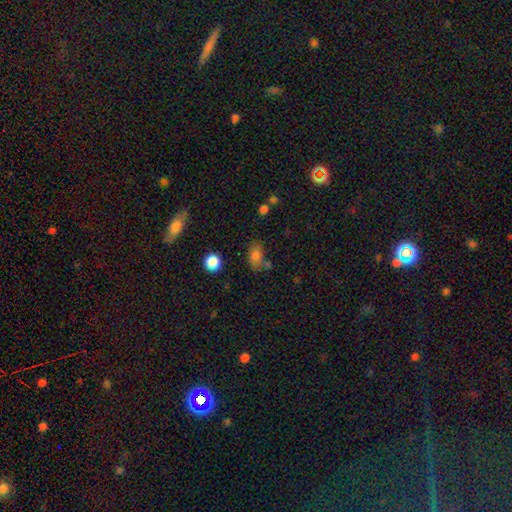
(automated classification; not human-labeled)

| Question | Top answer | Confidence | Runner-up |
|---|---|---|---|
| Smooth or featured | smooth | 79% | star or artifact (12%) |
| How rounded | in between | 82% | round (15%) |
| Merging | none | 63% | minor disturbance (18%) |